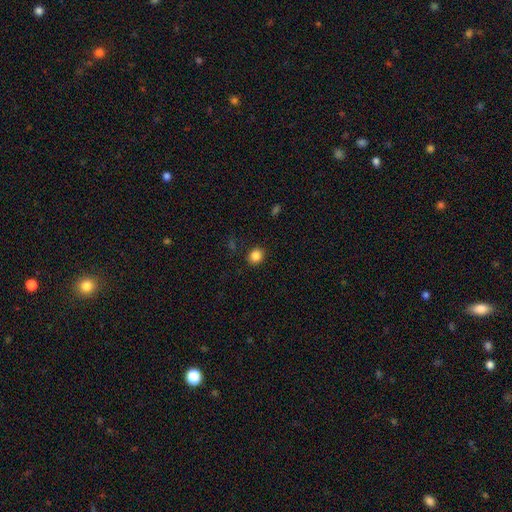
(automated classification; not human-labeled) A smooth galaxy with no disk features (84%) that is round (73%). Merging: none (89%).